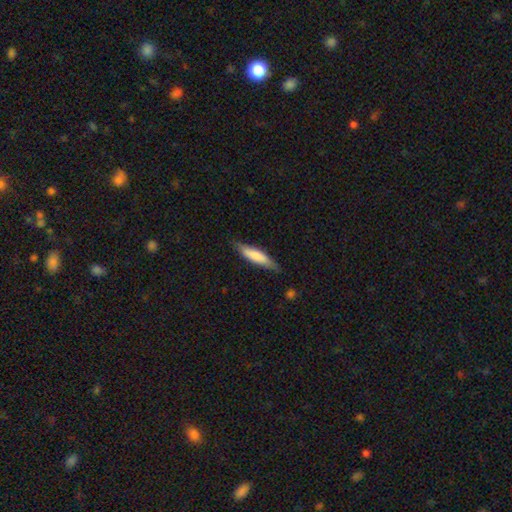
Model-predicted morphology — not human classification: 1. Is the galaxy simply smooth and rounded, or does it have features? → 74% smooth, 21% featured or disk, 5% star or artifact.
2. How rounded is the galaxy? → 73% cigar-shaped, 26% in between, 1% round.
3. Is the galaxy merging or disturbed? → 77% none, 18% minor disturbance, 3% major disturbance, 1% merger.